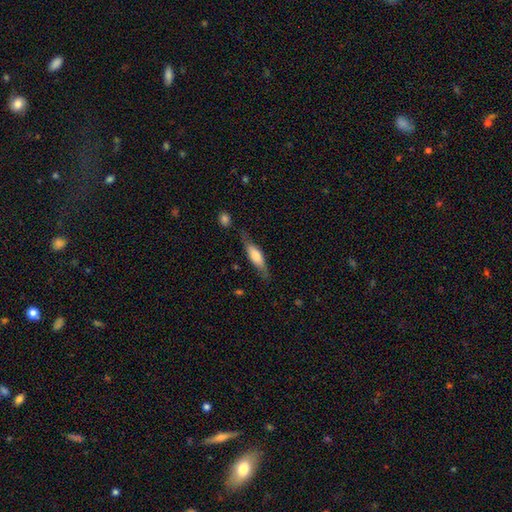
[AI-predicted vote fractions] Q: Smooth or featured?
A: smooth (63%); runner-up: featured or disk (31%)
Q: How rounded?
A: cigar-shaped (57%); runner-up: in between (41%)
Q: Merging?
A: none (68%); runner-up: minor disturbance (22%)